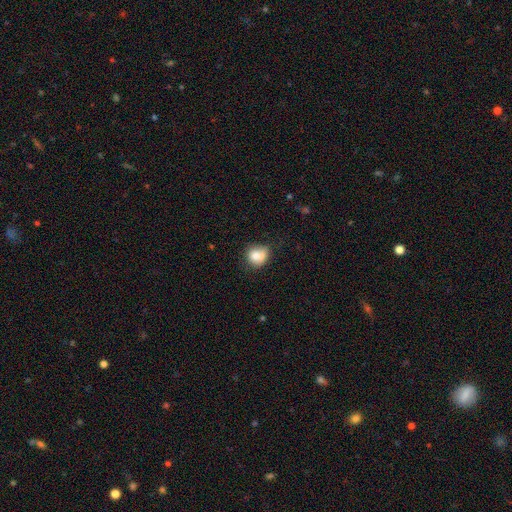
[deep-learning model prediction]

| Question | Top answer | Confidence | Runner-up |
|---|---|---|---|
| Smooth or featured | smooth | 77% | featured or disk (13%) |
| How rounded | round | 77% | in between (22%) |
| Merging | none | 51% | minor disturbance (29%) |